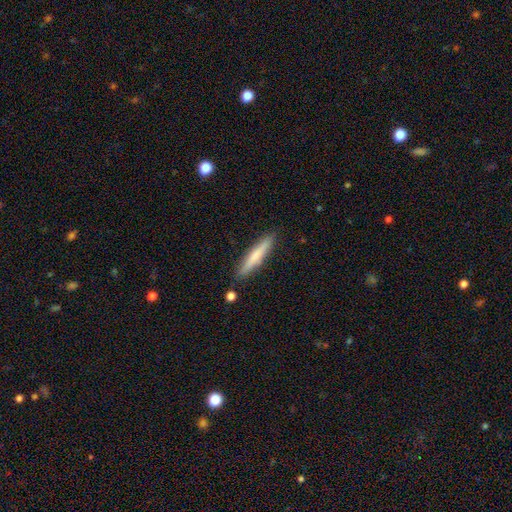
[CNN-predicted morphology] Overall: smooth (66%; featured or disk 29%). How rounded: cigar-shaped (92%). Merging: none (87%).